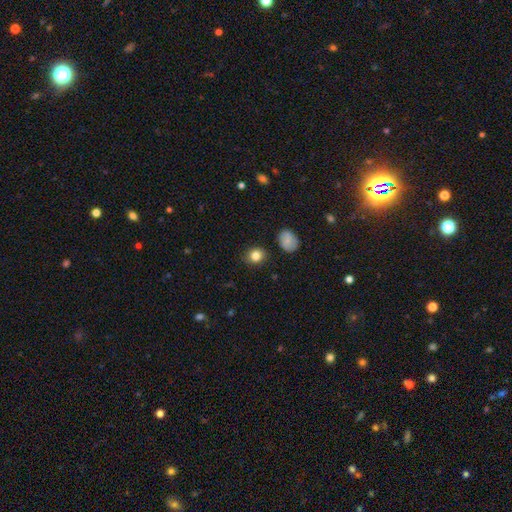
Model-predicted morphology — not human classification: Smooth or featured?
  - smooth: 83% *
  - star or artifact: 10%
  - featured or disk: 7%
How rounded?
  - round: 74% *
  - in between: 25%
  - cigar-shaped: 1%
Merging?
  - none: 87% *
  - minor disturbance: 9%
  - major disturbance: 2%
  - merger: 2%